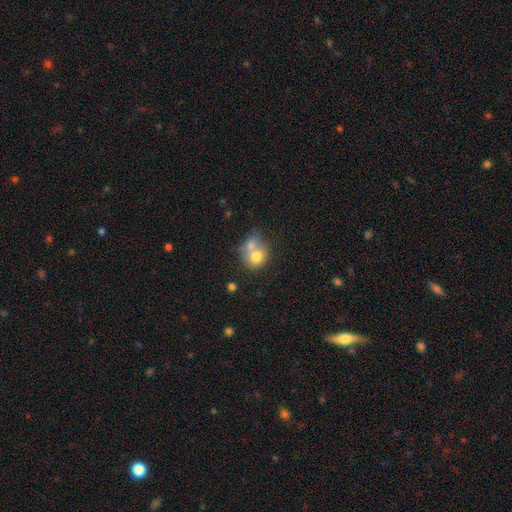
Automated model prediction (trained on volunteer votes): smooth 72%, featured or disk 20%, star or artifact 9%. Down the decision tree: how rounded — round (67%); merging — merger (61%).